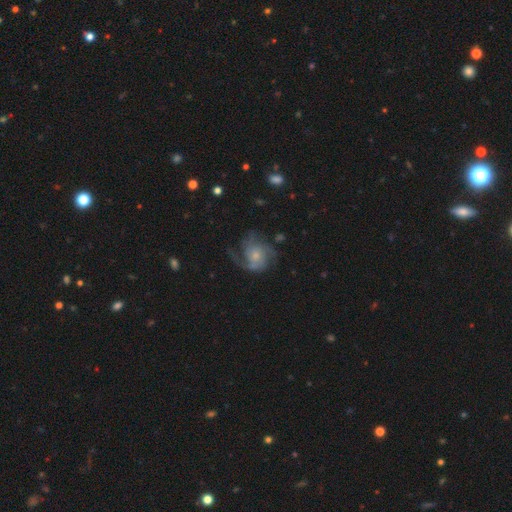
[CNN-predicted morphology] Smooth or featured? featured or disk (76%)
Edge-on disk? no (98%)
Bar? no (74%)
Spiral arms? yes (92%)
Spiral winding? medium (46%)
Spiral arm count? 3 (27%)
Bulge size? small (55%)
Merging? none (53%)